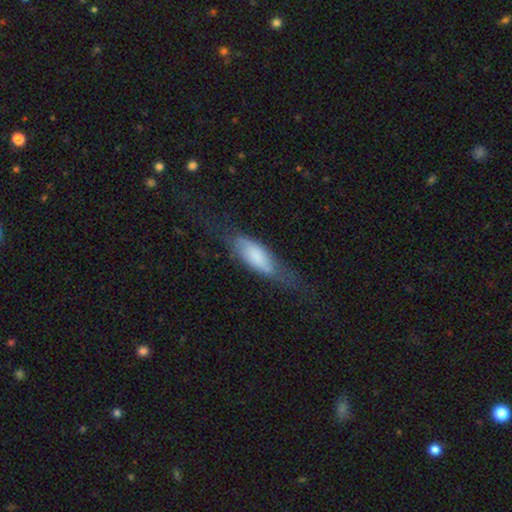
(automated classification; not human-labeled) Smooth or featured: smooth — 61% (featured or disk — 32%)
How rounded: in between — 59% (cigar-shaped — 38%)
Merging: none — 45% (minor disturbance — 27%)